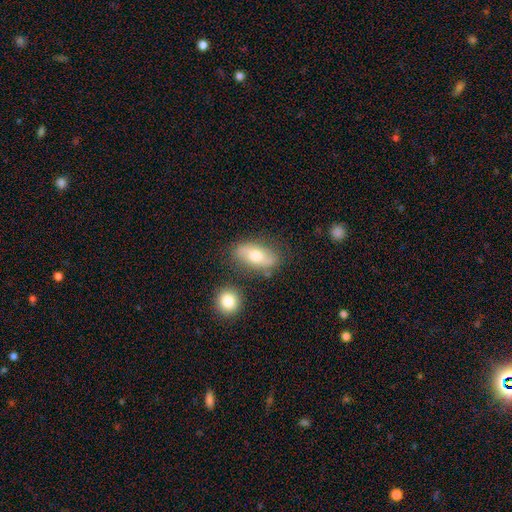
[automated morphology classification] A smooth galaxy with no disk features (62%) that is in between round and cigar-shaped (84%).

Vote fractions:
- Smooth or featured? smooth: 62% / featured or disk: 31% / star or artifact: 7%
- How rounded? in between: 84% / cigar-shaped: 9% / round: 7%
- Merging? none: 74% / minor disturbance: 15% / merger: 7% / major disturbance: 4%